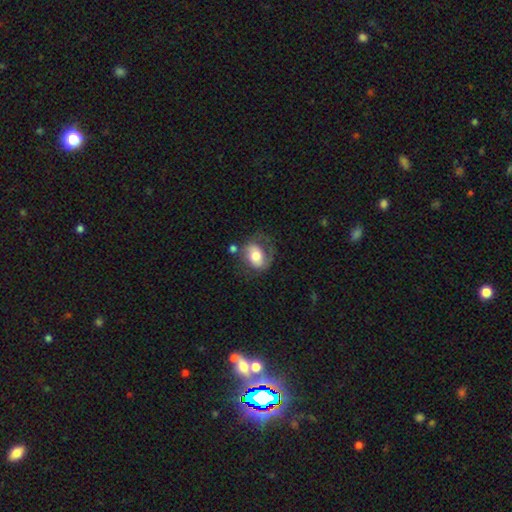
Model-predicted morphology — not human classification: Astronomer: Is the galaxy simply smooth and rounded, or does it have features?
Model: smooth — 52% (runner-up: featured or disk, 41%).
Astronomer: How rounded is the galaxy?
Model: in between — 65%.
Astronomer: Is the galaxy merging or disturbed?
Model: none — 45% (runner-up: minor disturbance, 26%).